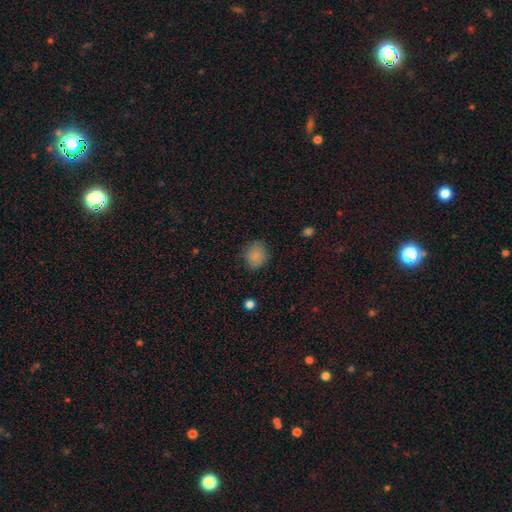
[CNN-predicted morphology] The model was most divided on "how rounded": round: 71%, in between: 28%, cigar-shaped: 1%. More confident: smooth or featured — smooth (84%); merging — none (80%).